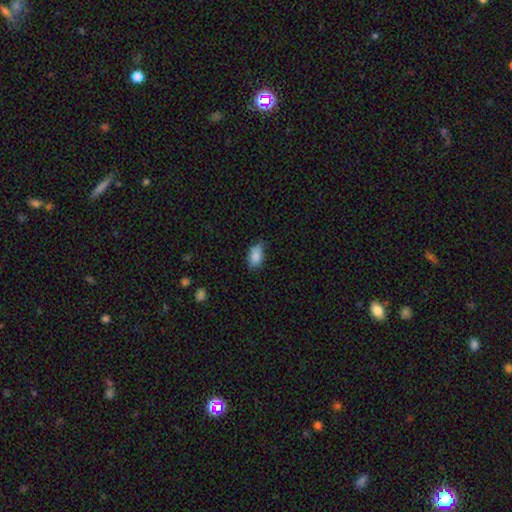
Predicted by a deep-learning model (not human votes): smooth-or-featured: smooth: 85% | star or artifact: 8% | featured or disk: 7%
  how-rounded: in between: 91% | round: 6% | cigar-shaped: 3%
  merging: none: 54% | minor disturbance: 37% | major disturbance: 8% | merger: 2%